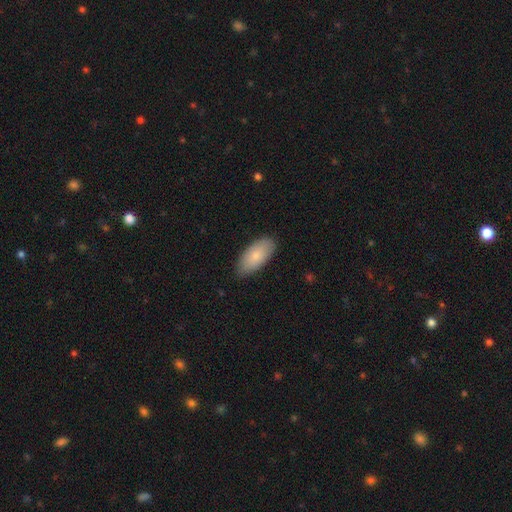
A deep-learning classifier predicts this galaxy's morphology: Smooth or featured? Predicted: smooth (p=0.81). How rounded? Predicted: in between (p=0.92). Merging? Predicted: none (p=0.83).